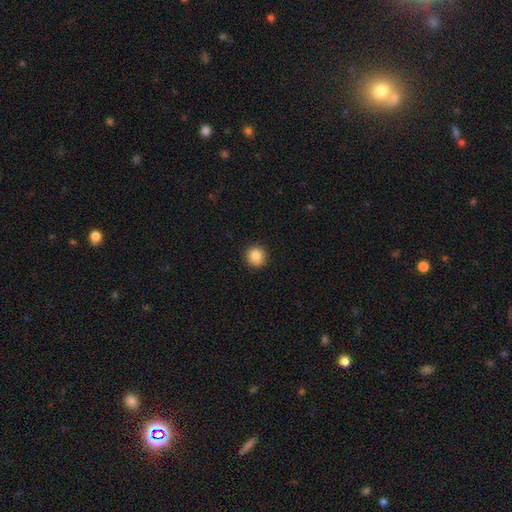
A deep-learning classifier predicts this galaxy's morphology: smooth_or_featured: smooth (p=0.86) [alt: star or artifact p=0.09]
how_rounded: round (p=0.94) [alt: in between p=0.05]
merging: none (p=0.91) [alt: minor disturbance p=0.06]